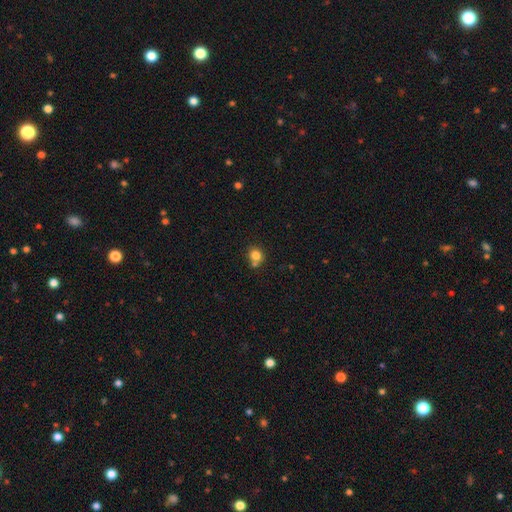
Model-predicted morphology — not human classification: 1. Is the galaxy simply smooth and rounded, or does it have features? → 81% smooth, 11% star or artifact, 7% featured or disk.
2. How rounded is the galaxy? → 80% round, 20% in between, 1% cigar-shaped.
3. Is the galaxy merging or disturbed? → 59% none, 26% merger, 11% minor disturbance, 3% major disturbance.